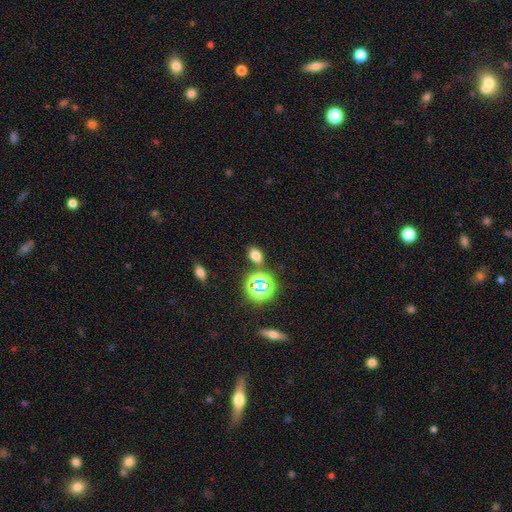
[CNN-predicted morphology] Smooth or featured: smooth — 67% (star or artifact — 25%)
How rounded: in between — 77% (round — 21%)
Merging: none — 81% (minor disturbance — 10%)